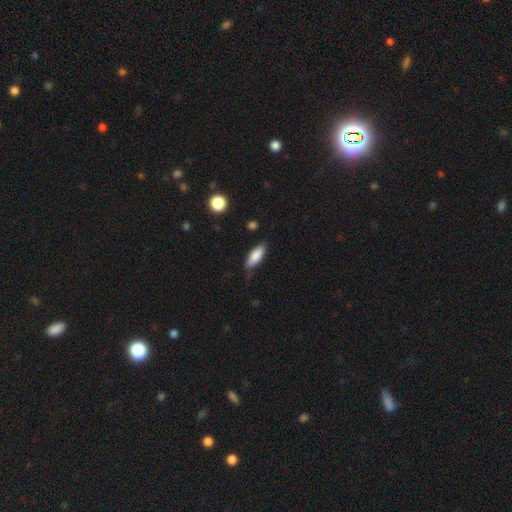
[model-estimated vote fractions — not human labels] A smooth galaxy with no disk features (83%) that is in between round and cigar-shaped (66%). Merging: none (79%).